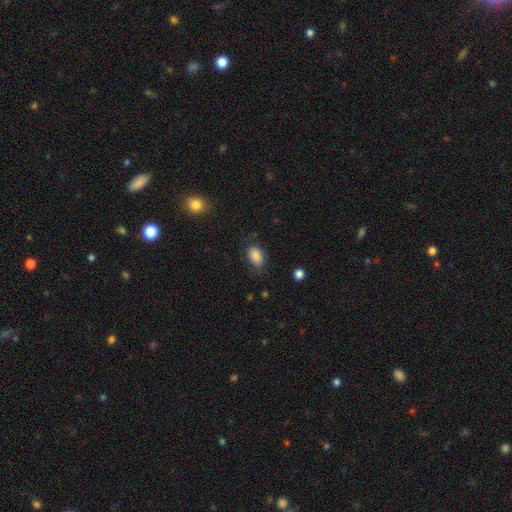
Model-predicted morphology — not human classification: The model was most divided on "merging": none: 74%, minor disturbance: 18%, major disturbance: 7%, merger: 1%. More confident: smooth or featured — smooth (87%); how rounded — in between (86%).